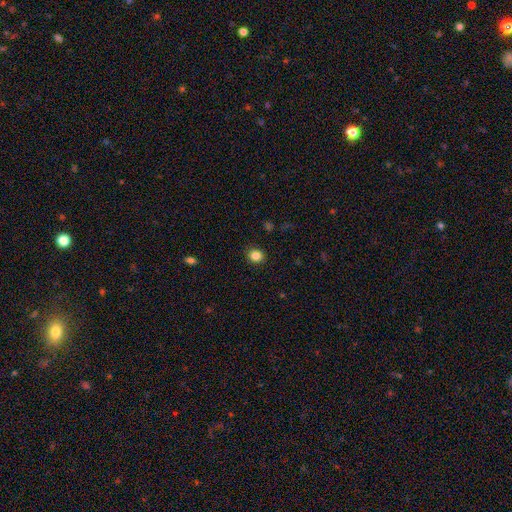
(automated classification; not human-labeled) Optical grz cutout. It shows a smooth galaxy with no disk features (84%) that is round (81%). Merging: none (91%).